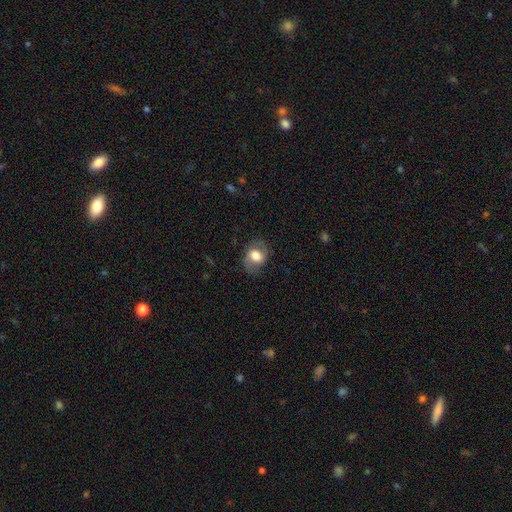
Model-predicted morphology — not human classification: smooth_or_featured: smooth (p=0.51) [alt: featured or disk p=0.41]
how_rounded: in between (p=0.60) [alt: round p=0.38]
merging: none (p=0.72) [alt: minor disturbance p=0.17]